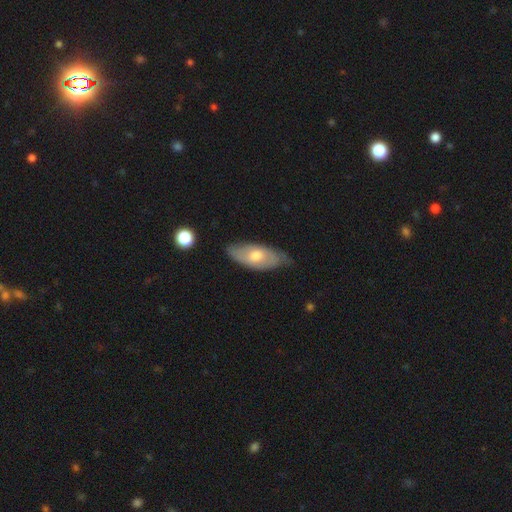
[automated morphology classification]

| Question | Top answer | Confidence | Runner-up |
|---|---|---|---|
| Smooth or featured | smooth | 52% | featured or disk (42%) |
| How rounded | in between | 85% | cigar-shaped (12%) |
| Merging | none | 63% | minor disturbance (30%) |